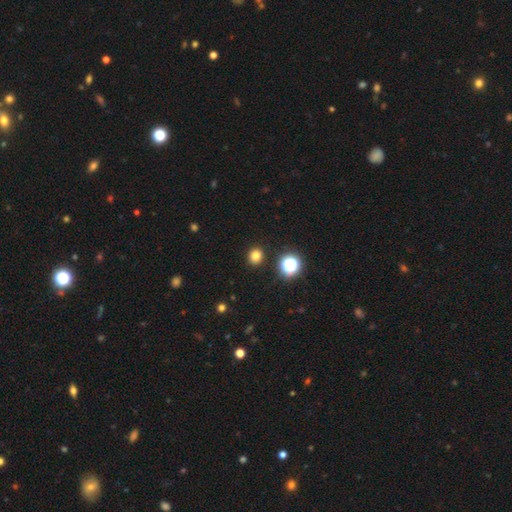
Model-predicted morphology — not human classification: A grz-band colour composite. It shows a smooth galaxy with no disk features (79%) that is round (80%). Merging: none (91%).